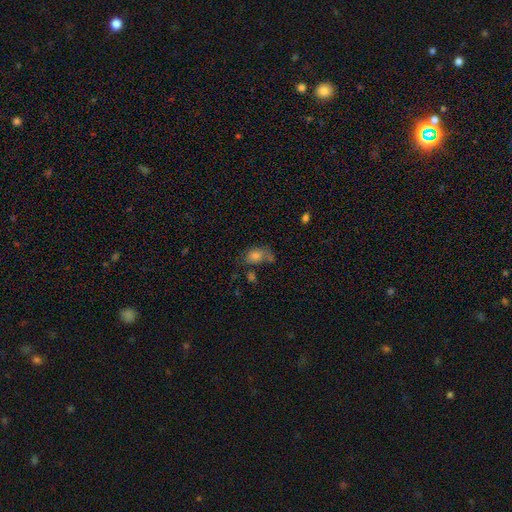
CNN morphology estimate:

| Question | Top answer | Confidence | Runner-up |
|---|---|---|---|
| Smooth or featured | smooth | 65% | featured or disk (19%) |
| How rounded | in between | 70% | round (28%) |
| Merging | none | 43% | minor disturbance (22%) |